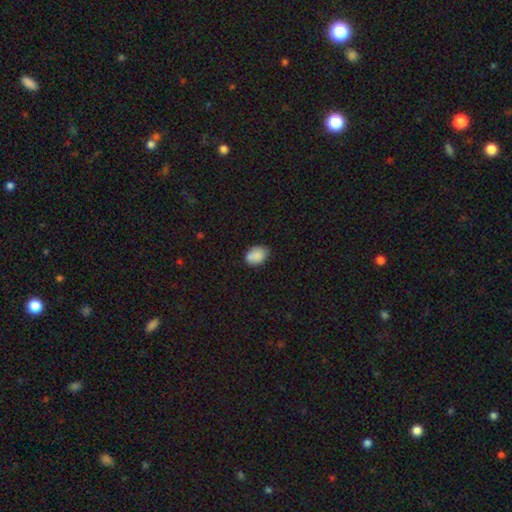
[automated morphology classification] A smooth galaxy with no disk features (88%) that is in between round and cigar-shaped (78%). Merging: none (77%).